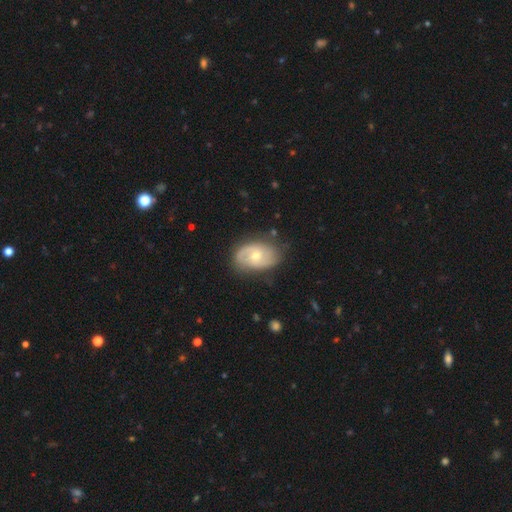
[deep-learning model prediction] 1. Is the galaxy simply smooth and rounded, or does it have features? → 70% featured or disk, 24% smooth, 6% star or artifact.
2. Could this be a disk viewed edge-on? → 96% no, 4% yes.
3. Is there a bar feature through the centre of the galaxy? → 70% no, 26% weak, 4% strong.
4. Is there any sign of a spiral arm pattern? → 86% yes, 14% no.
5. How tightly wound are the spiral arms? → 42% medium, 35% tight, 24% loose.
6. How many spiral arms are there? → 67% 2, 16% can't tell, 11% 1, 4% 3, 1% 4, 1% more than 4.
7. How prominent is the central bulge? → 56% moderate, 40% small, 2% large, 1% none, 1% dominant.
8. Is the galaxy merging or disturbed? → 72% none, 20% minor disturbance, 7% major disturbance, 2% merger.